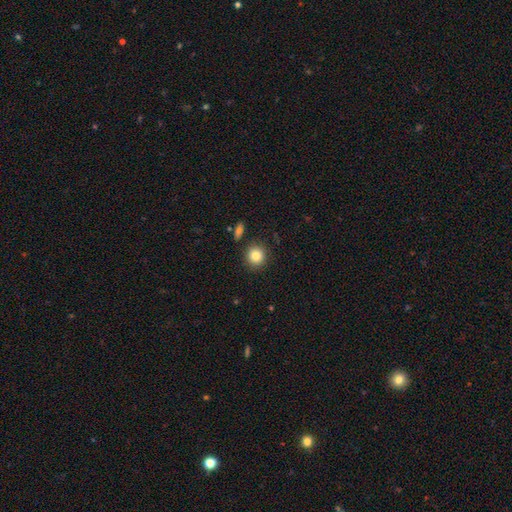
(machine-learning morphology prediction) Overall: smooth (83%). How rounded: round (90%). Merging: none (88%).